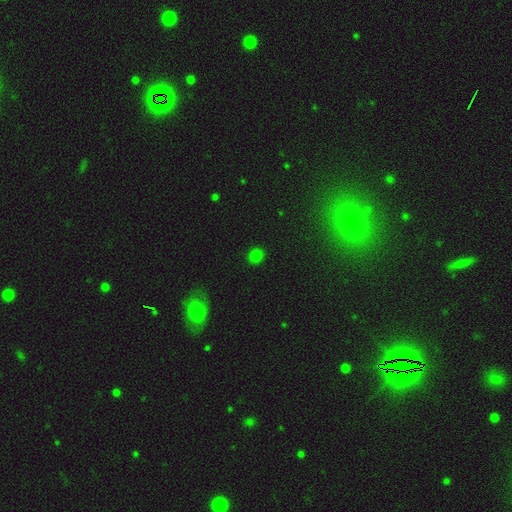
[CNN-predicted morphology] smooth 79%, star or artifact 18%, featured or disk 4%. Down the decision tree: how rounded — round (85%); merging — none (90%).